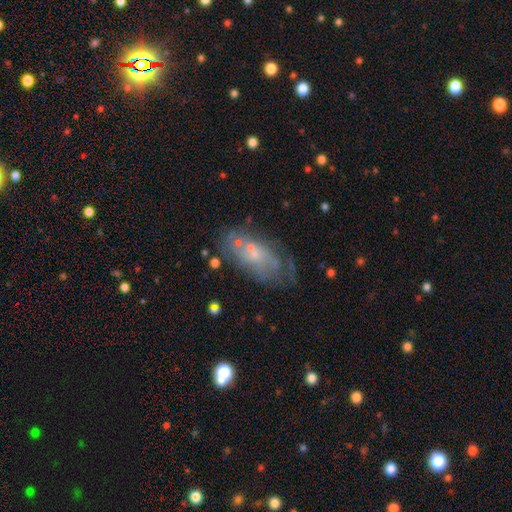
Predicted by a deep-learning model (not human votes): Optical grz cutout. It shows a featured or disk galaxy (52%). Merging: none (46%).